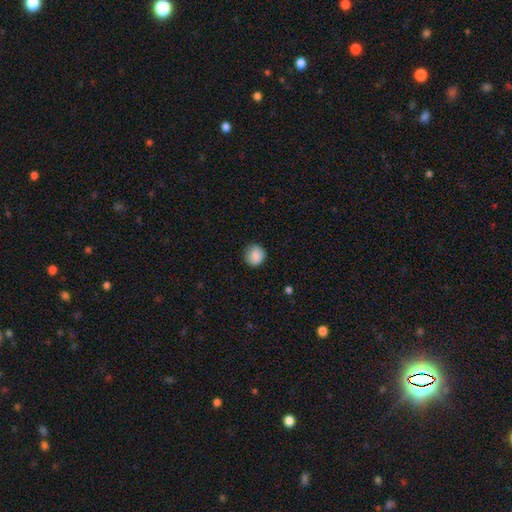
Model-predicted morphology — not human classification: Smooth or featured? smooth (85%)
How rounded? round (87%)
Merging? none (83%)